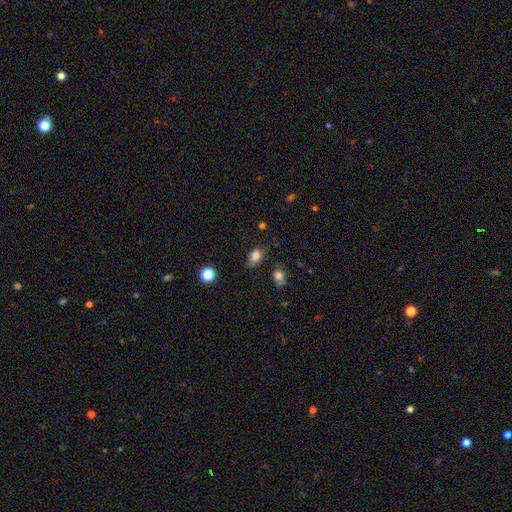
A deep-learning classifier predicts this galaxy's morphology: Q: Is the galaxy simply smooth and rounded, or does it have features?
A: smooth — 80%.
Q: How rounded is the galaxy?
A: in between — 72%.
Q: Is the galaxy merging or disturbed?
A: none — 60%.